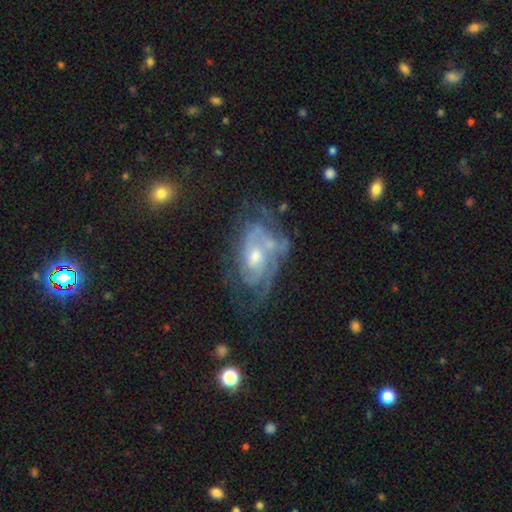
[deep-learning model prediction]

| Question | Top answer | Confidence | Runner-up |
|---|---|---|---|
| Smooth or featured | featured or disk | 84% | smooth (9%) |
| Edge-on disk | no | 96% | yes (4%) |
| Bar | no | 70% | weak (25%) |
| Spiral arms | yes | 90% | no (10%) |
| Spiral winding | tight | 59% | medium (32%) |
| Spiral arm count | can't tell | 39% | 2 (26%) |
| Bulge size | moderate | 58% | small (34%) |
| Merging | none | 51% | minor disturbance (23%) |